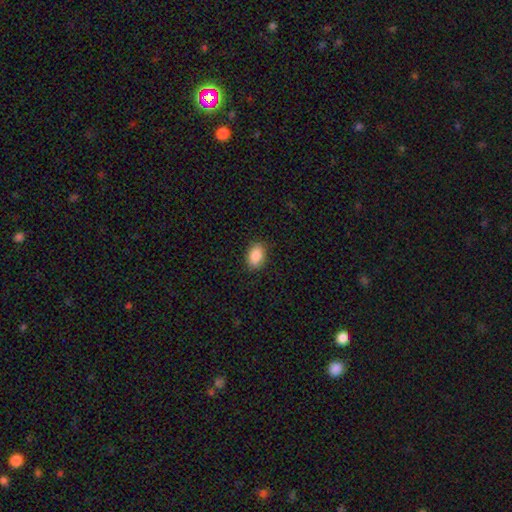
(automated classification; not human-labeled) A smooth galaxy with no disk features (88%) that is in between round and cigar-shaped (88%).

Vote fractions:
- Smooth or featured? smooth: 88% / star or artifact: 7% / featured or disk: 5%
- How rounded? in between: 88% / round: 11% / cigar-shaped: 1%
- Merging? none: 88% / minor disturbance: 9% / major disturbance: 2% / merger: 1%